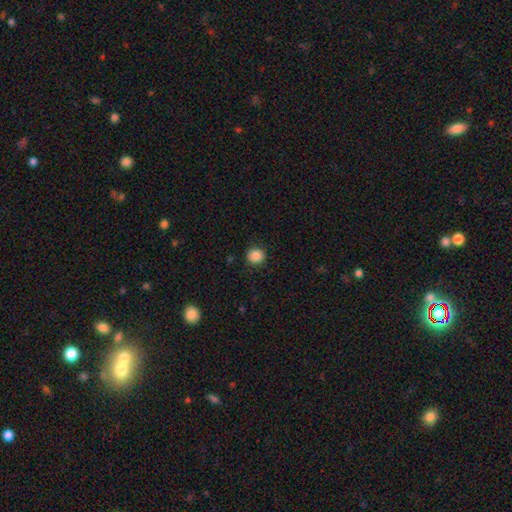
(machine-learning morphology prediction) smooth 86%, star or artifact 10%, featured or disk 4%. Down the decision tree: how rounded — round (92%); merging — none (91%).